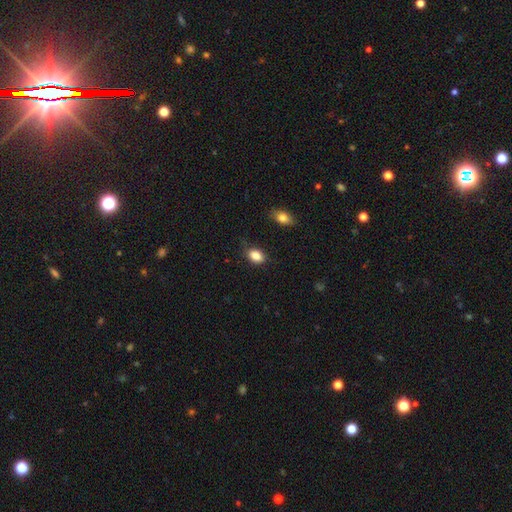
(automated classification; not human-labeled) smooth 86%, star or artifact 8%, featured or disk 6%. Down the decision tree: how rounded — in between (84%); merging — none (76%).